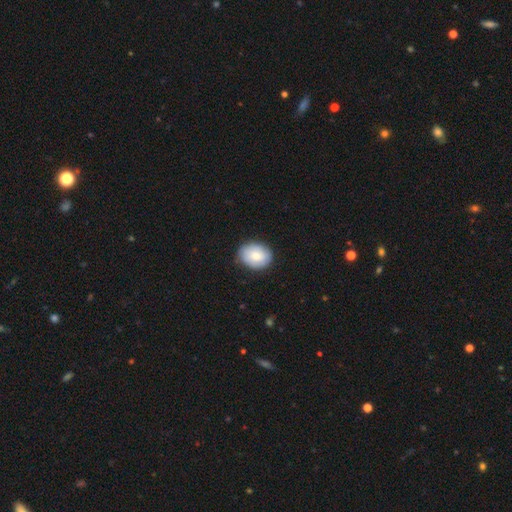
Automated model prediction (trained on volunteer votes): Morphology: type=smooth (78%); roundness=in between (58%); merging=none (84%).